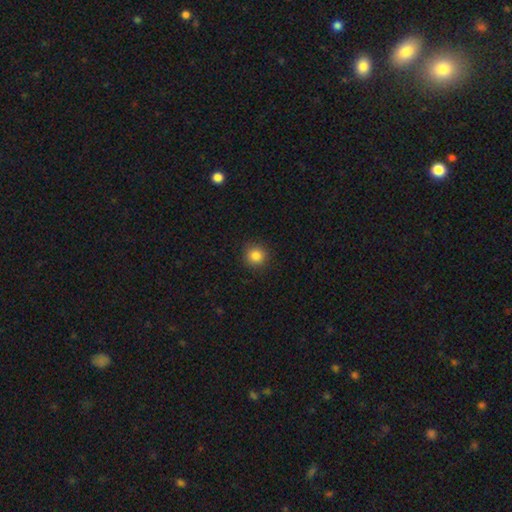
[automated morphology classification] Smooth or featured?
  - smooth: 84% *
  - star or artifact: 11%
  - featured or disk: 4%
How rounded?
  - round: 93% *
  - in between: 6%
  - cigar-shaped: 1%
Merging?
  - none: 91% *
  - minor disturbance: 6%
  - major disturbance: 2%
  - merger: 1%